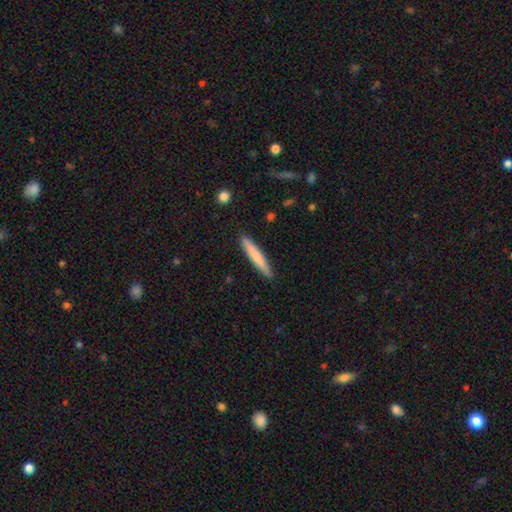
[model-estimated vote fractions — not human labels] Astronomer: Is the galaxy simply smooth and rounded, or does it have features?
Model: smooth — 70%.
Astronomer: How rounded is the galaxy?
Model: cigar-shaped — 95%.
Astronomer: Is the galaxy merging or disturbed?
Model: none — 90%.